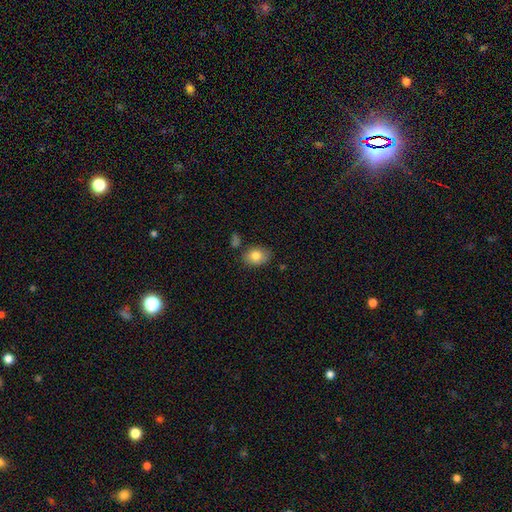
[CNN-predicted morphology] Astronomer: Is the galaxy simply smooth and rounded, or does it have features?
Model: smooth — 81%.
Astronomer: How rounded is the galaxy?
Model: in between — 72%.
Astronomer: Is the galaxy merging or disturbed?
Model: none — 76%.